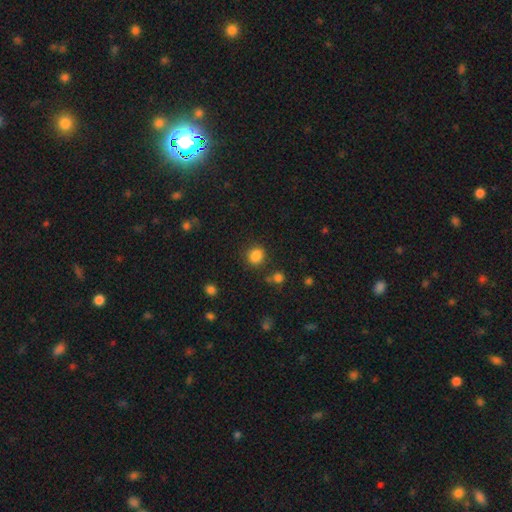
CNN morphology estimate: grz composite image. It shows a smooth galaxy with no disk features (85%) that is round (73%). Merging: none (82%).